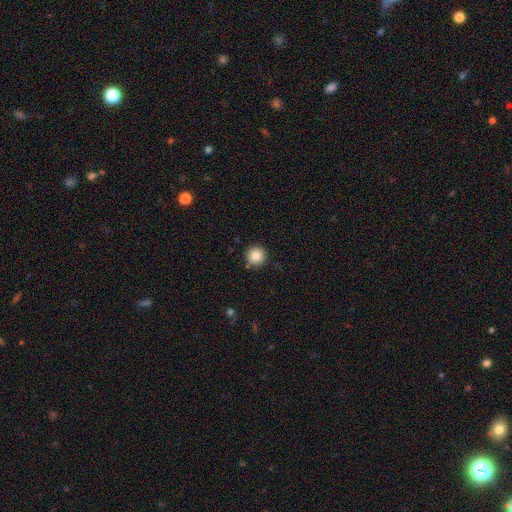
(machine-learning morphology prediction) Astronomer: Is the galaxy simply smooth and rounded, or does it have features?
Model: smooth — 84%.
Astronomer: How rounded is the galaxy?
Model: round — 95%.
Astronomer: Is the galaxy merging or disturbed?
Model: none — 87%.